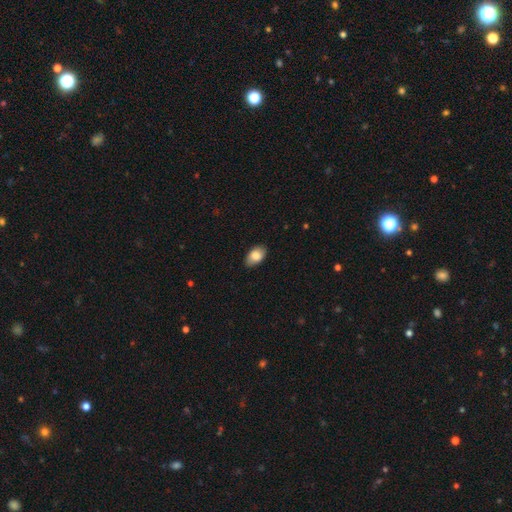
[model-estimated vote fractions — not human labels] This appears to be a smooth galaxy with no disk features (84%) that is in between round and cigar-shaped (92%). Merging: none (86%).